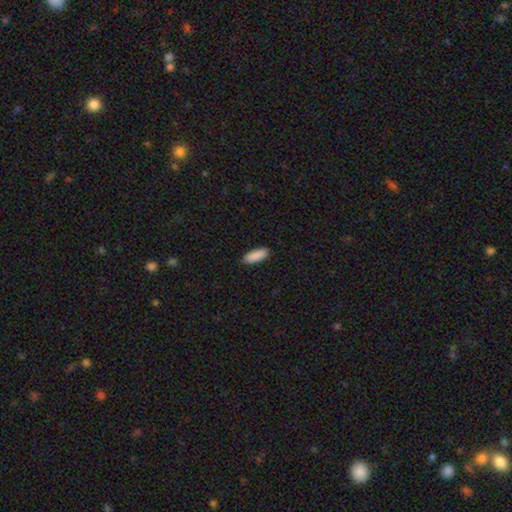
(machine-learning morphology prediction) Smooth or featured: smooth — 90% (star or artifact — 6%)
How rounded: in between — 69% (cigar-shaped — 30%)
Merging: none — 88% (minor disturbance — 10%)